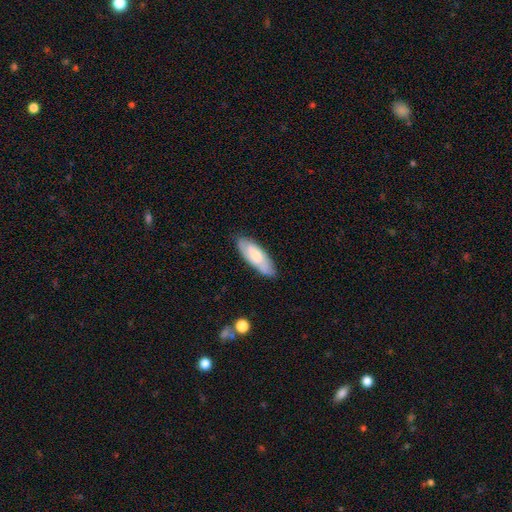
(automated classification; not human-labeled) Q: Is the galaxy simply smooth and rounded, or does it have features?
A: smooth — 59%.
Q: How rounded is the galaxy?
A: in between — 68%.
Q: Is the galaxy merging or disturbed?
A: none — 78%.